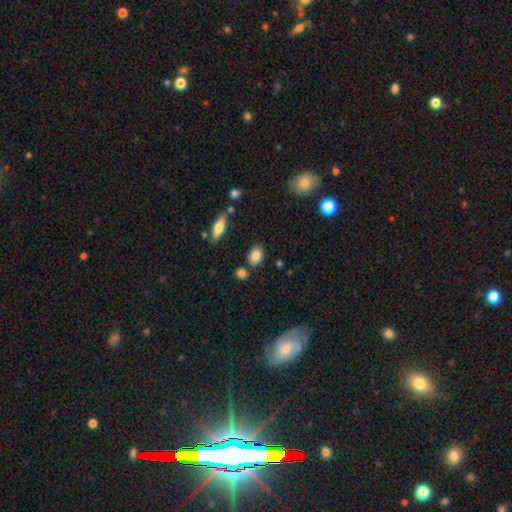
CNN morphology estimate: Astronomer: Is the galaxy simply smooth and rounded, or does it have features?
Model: smooth — 83%.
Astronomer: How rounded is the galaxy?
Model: in between — 67%.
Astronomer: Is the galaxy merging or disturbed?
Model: none — 78%.